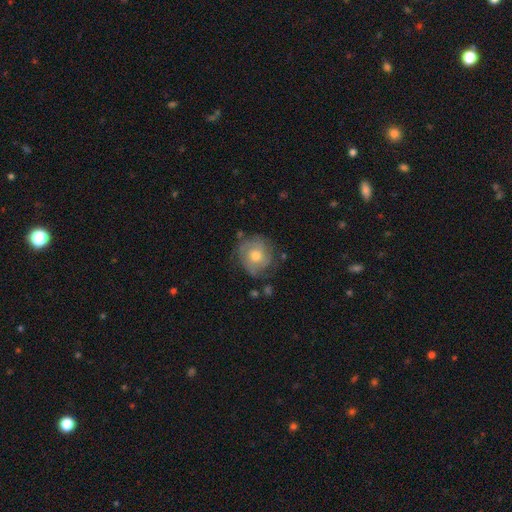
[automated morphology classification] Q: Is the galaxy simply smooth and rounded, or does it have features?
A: featured or disk — 61%.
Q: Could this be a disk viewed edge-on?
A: no — 97%.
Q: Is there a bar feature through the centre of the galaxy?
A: no — 81%.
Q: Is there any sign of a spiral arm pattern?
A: yes — 82%.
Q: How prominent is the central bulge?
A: moderate — 73%.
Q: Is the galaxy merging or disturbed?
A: none — 72%.